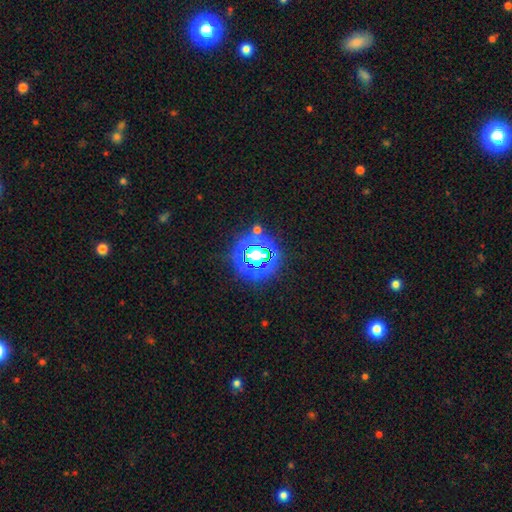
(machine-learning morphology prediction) Q: Smooth or featured?
A: star or artifact (64%); runner-up: smooth (25%)